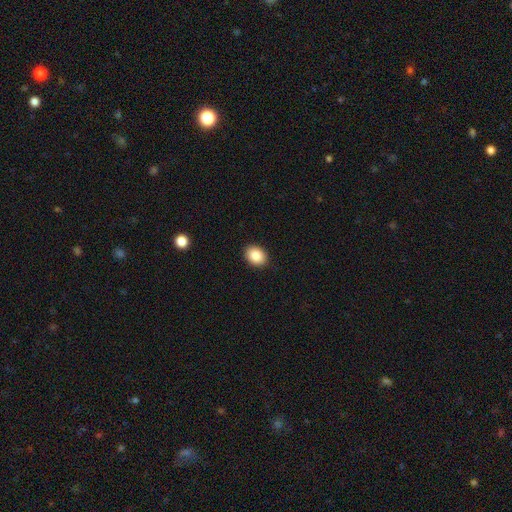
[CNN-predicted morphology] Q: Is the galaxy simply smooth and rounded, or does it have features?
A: smooth — 87%.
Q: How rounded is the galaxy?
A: in between — 64%.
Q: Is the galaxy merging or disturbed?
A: none — 90%.